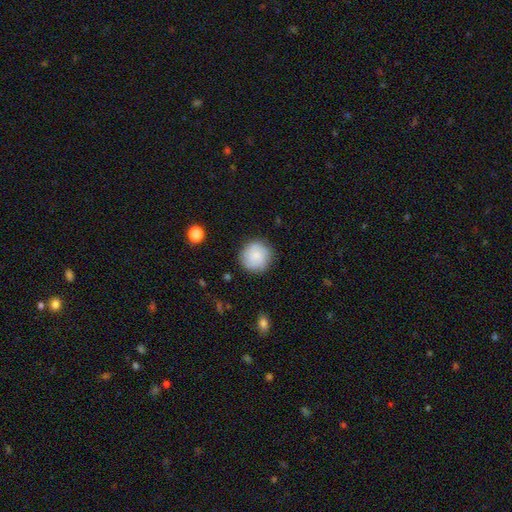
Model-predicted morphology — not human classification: This appears to be a smooth galaxy with no disk features (80%) that is round (94%). Merging: none (85%).